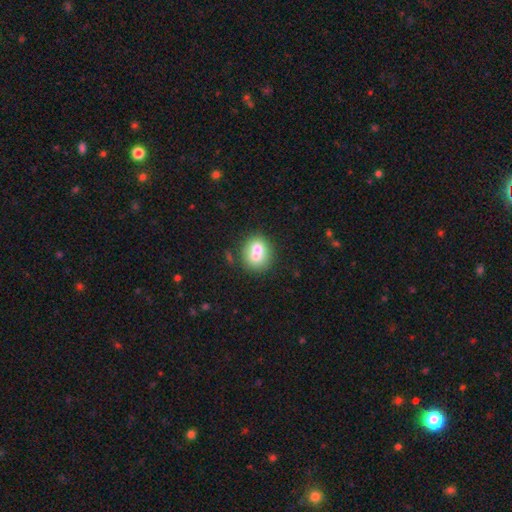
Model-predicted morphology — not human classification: The model was most divided on "merging": merger: 45%, none: 41%, minor disturbance: 10%, major disturbance: 4%. More confident: how rounded — round (70%); smooth or featured — smooth (69%).